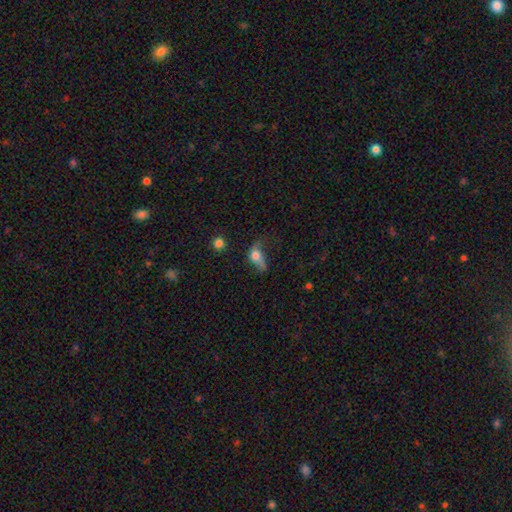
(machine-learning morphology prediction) Q: Smooth or featured?
A: smooth (53%); runner-up: featured or disk (35%)
Q: How rounded?
A: in between (65%); runner-up: round (24%)
Q: Merging?
A: major disturbance (40%); runner-up: none (29%)